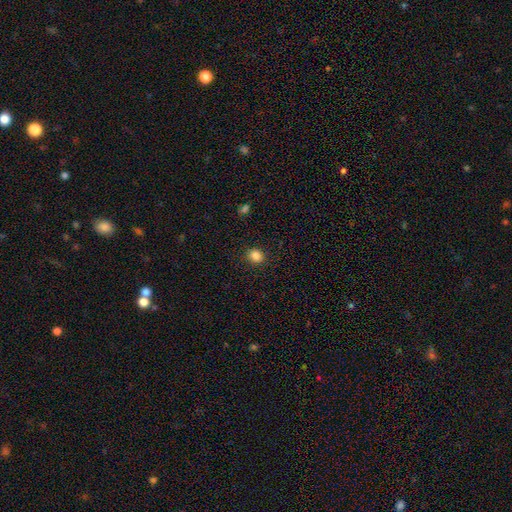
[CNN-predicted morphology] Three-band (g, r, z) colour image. It shows a smooth galaxy with no disk features (84%) that is round (76%). Merging: none (90%).